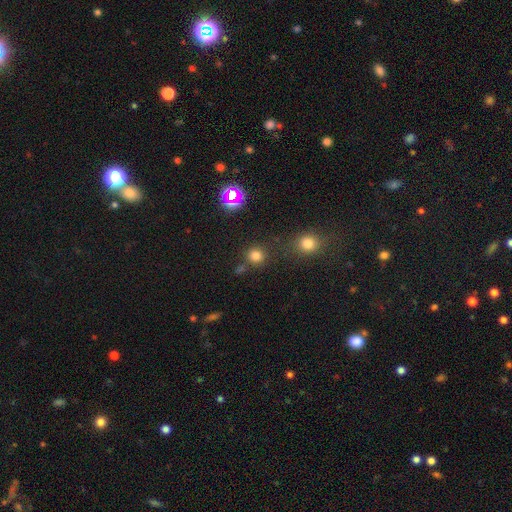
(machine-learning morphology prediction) Overall: smooth (76%). How rounded: round (90%). Merging: none (80%).